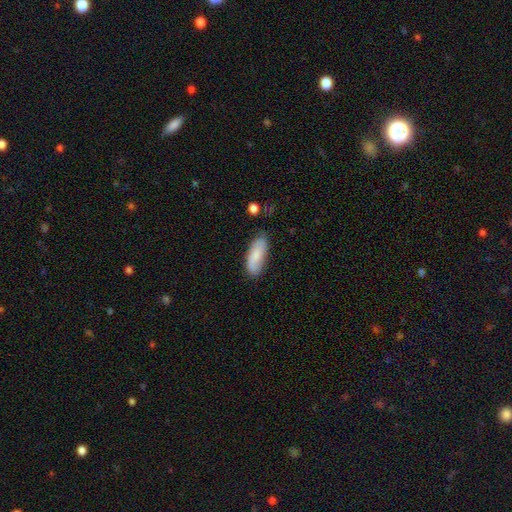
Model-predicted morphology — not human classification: The model was most divided on "merging": none: 71%, minor disturbance: 22%, major disturbance: 5%, merger: 3%. More confident: how rounded — in between (75%); smooth or featured — smooth (74%).